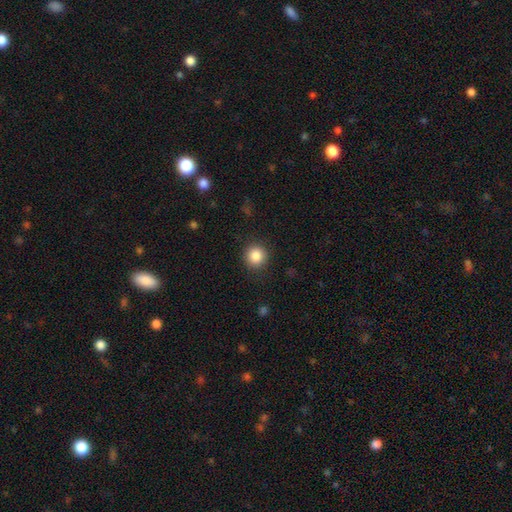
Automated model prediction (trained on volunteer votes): Smooth or featured? Predicted: smooth (p=0.86). How rounded? Predicted: round (p=0.93). Merging? Predicted: none (p=0.89).